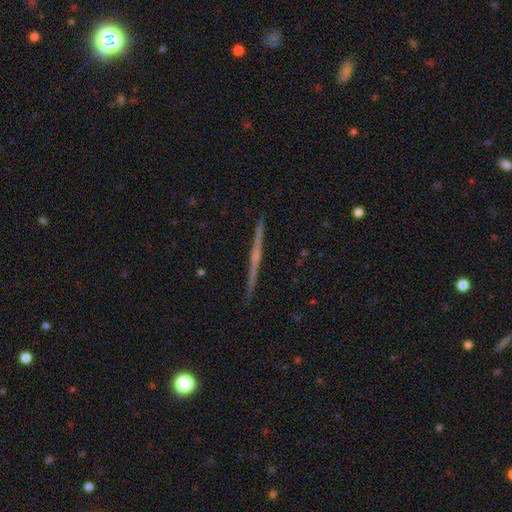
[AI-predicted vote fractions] Morphology: type=featured or disk (76%); edge-on=yes (98%); edge-on bulge=none (53%); merging=none (93%).